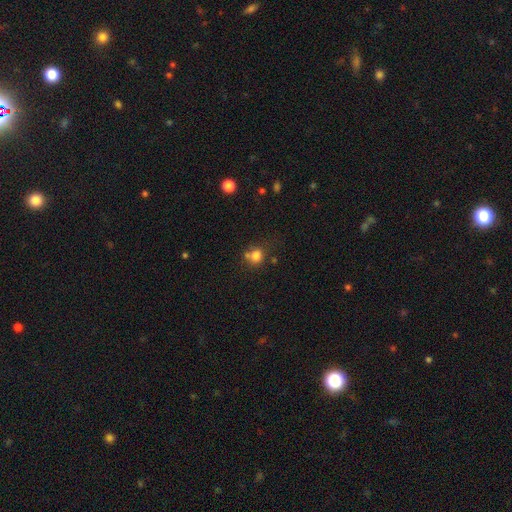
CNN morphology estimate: smooth-or-featured: smooth: 79% | star or artifact: 13% | featured or disk: 8%
  how-rounded: round: 76% | in between: 23% | cigar-shaped: 1%
  merging: none: 55% | merger: 22% | minor disturbance: 16% | major disturbance: 7%